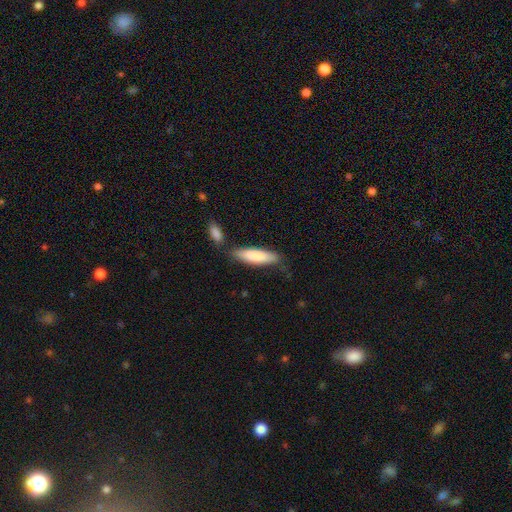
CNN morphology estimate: type=smooth (83%); roundness=cigar-shaped (60%); merging=none (68%).